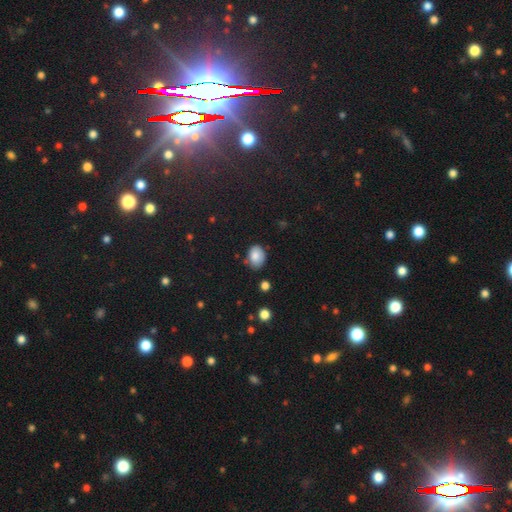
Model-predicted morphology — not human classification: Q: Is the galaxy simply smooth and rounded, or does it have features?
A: smooth — 82%.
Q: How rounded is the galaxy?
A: in between — 66%.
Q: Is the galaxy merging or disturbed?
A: none — 68%.